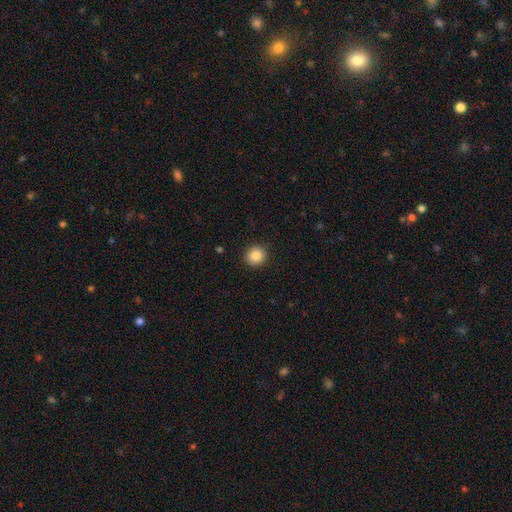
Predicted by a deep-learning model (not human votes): Morphology: type=smooth (86%); roundness=round (89%); merging=none (90%).